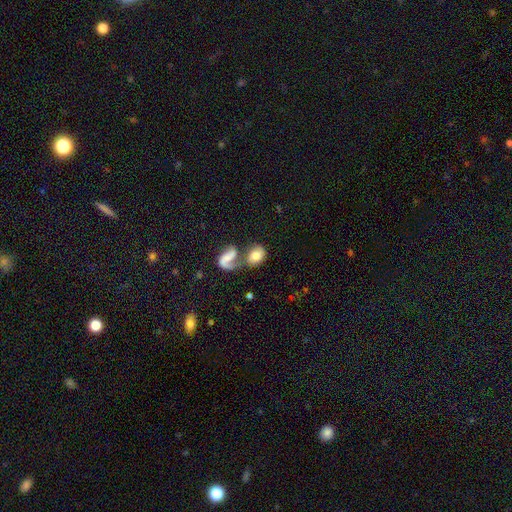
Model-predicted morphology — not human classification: A smooth galaxy with no disk features (63%) that is in between round and cigar-shaped (68%). Merging: merger (50%).